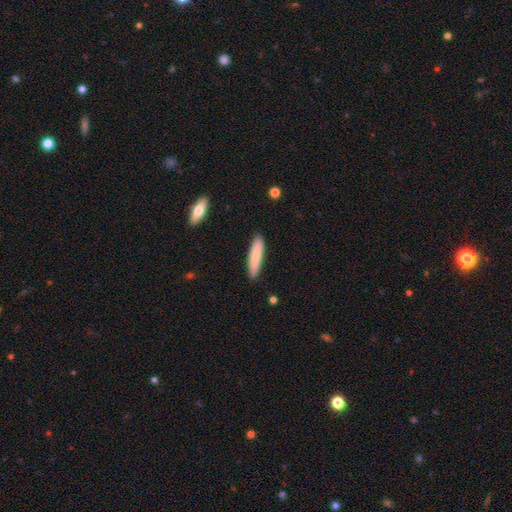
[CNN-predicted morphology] type=smooth (83%); roundness=cigar-shaped (77%); merging=none (89%).